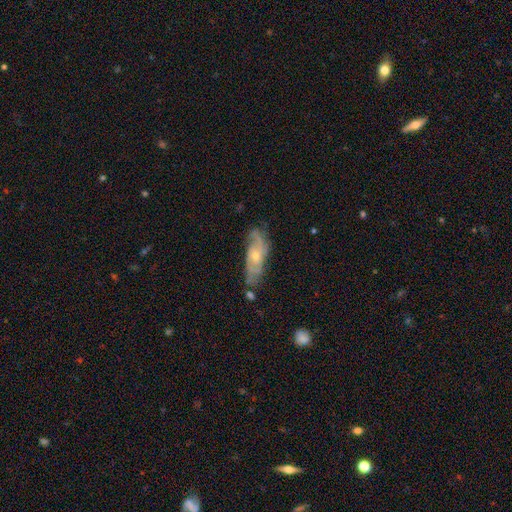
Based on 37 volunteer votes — This appears to be a featured or disk galaxy (73%) with no bar (75%), 2 (52%) medium (67%) spiral arms (88%) and a small central bulge (58%). Merging: none (46%).